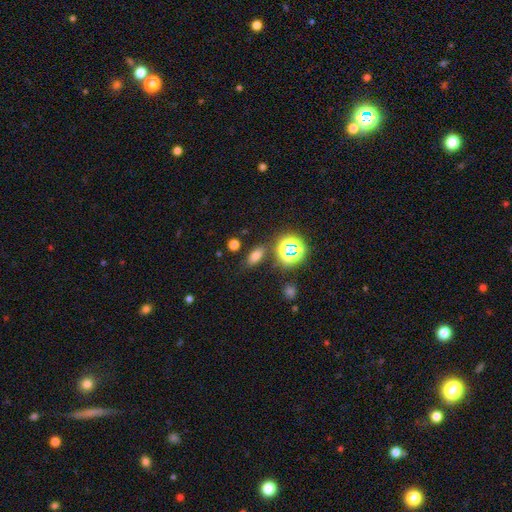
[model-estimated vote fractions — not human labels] smooth 68%, star or artifact 24%, featured or disk 9%. Down the decision tree: how rounded — in between (80%); merging — none (80%).